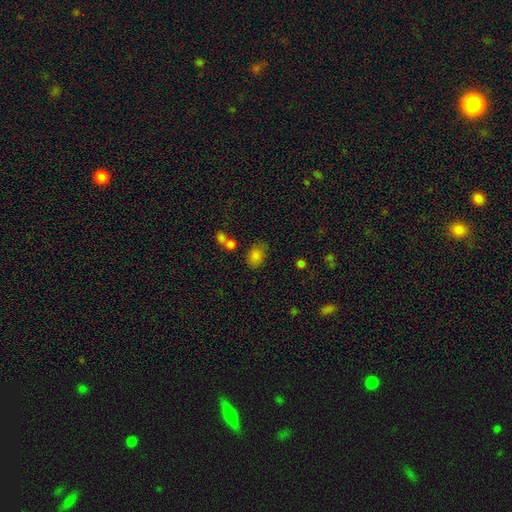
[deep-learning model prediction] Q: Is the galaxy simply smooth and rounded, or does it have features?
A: smooth — 81%.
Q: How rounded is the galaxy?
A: in between — 72%.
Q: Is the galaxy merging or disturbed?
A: none — 66%.